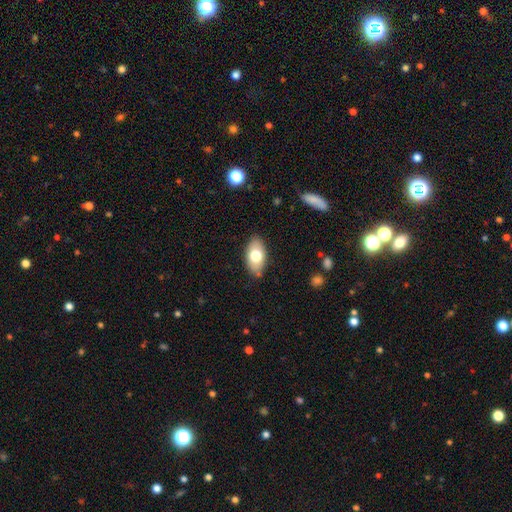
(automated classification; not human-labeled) This appears to be a smooth galaxy with no disk features (72%) that is in between round and cigar-shaped (93%). Merging: none (83%).